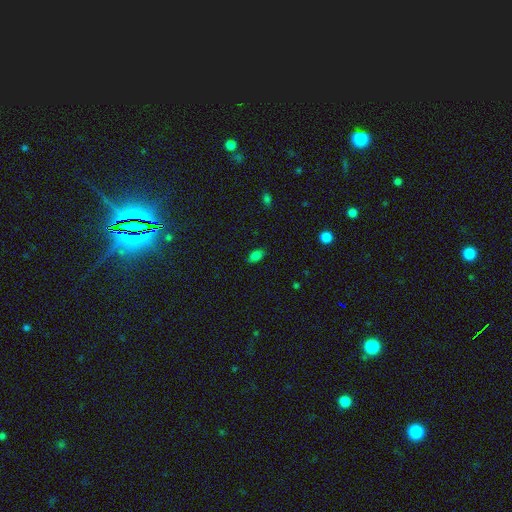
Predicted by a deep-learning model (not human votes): A smooth galaxy with no disk features (81%) that is in between round and cigar-shaped (88%). Merging: none (86%).